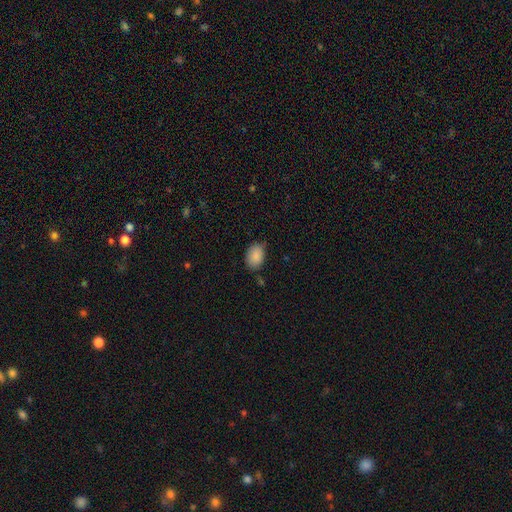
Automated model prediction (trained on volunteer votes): Smooth or featured? smooth (88%)
How rounded? in between (82%)
Merging? none (76%)